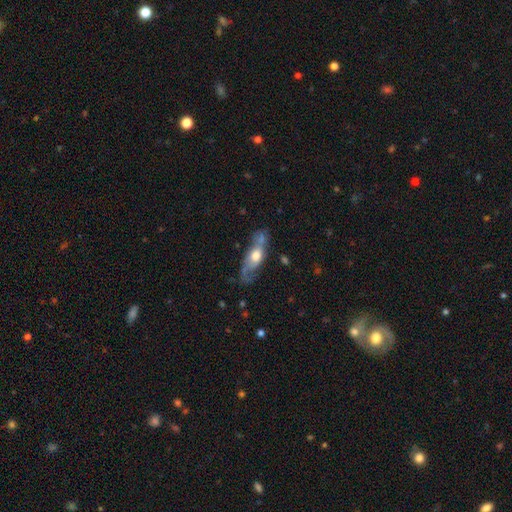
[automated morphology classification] featured or disk 51%, smooth 42%, star or artifact 7%. Down the decision tree: edge-on disk — no (70%); merging — none (40%).